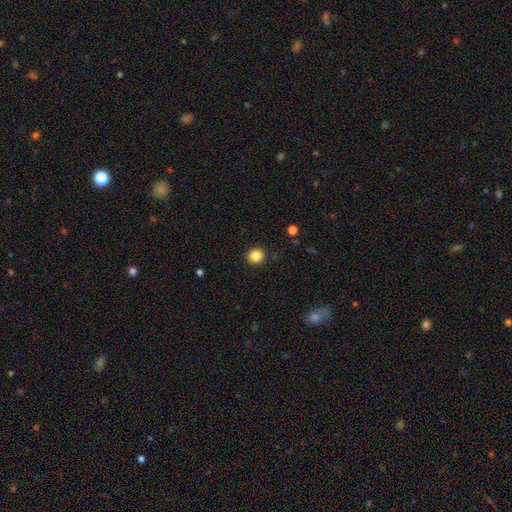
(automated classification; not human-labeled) Smooth or featured? Predicted: smooth (p=0.85). How rounded? Predicted: round (p=0.91). Merging? Predicted: none (p=0.92).